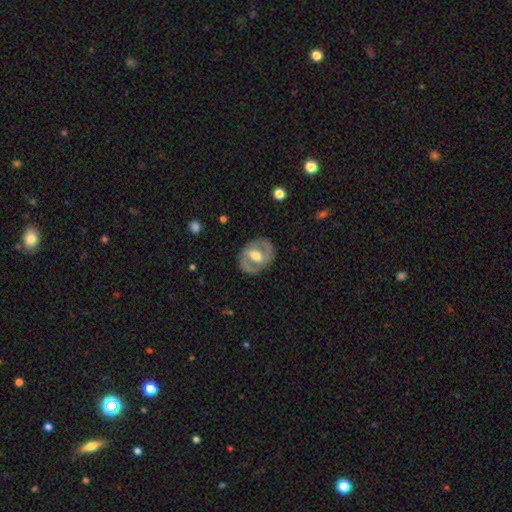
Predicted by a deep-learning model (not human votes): A featured or disk galaxy (73%) with a weak bar (44%), spiral arms (67%) and a moderate central bulge (68%).

Vote fractions:
- Smooth or featured? featured or disk: 73% / smooth: 23% / star or artifact: 5%
- Edge-on disk? no: 96% / yes: 4%
- Bar? weak: 44% / no: 32% / strong: 24%
- Spiral arms? yes: 67% / no: 33%
- Bulge size? moderate: 68% / large: 20% / small: 9% / none: 1% / dominant: 1%
- Merging? none: 82% / minor disturbance: 13% / major disturbance: 5% / merger: 1%